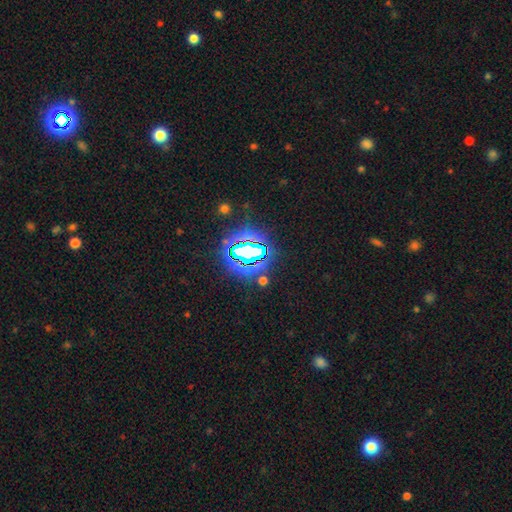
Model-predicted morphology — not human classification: star or artifact 80%, smooth 12%, featured or disk 8%.